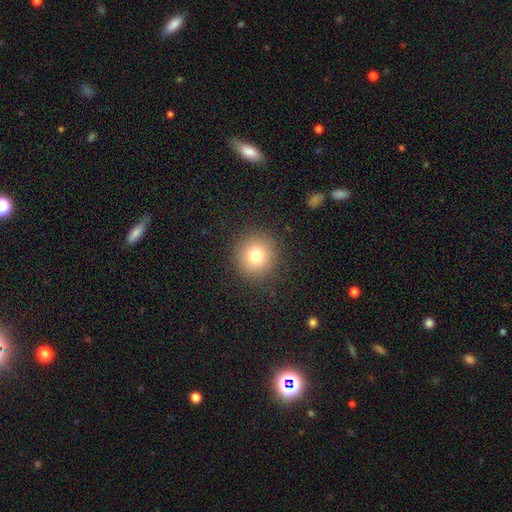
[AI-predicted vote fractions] Smooth or featured?
  - smooth: 79% *
  - star or artifact: 12%
  - featured or disk: 9%
How rounded?
  - round: 93% *
  - in between: 6%
  - cigar-shaped: 1%
Merging?
  - none: 90% *
  - minor disturbance: 7%
  - major disturbance: 3%
  - merger: 1%